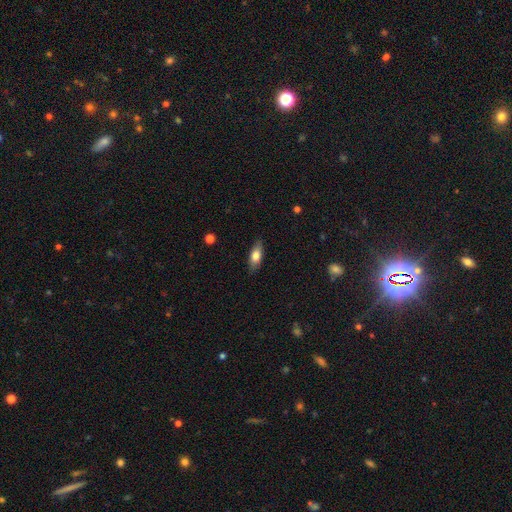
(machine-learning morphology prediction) Smooth or featured: smooth — 73% (featured or disk — 21%)
How rounded: in between — 75% (cigar-shaped — 21%)
Merging: none — 85% (minor disturbance — 12%)